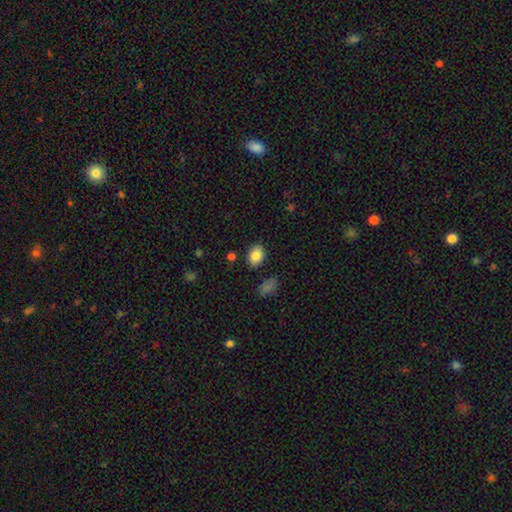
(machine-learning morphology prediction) Overall: smooth (85%). How rounded: in between (76%). Merging: none (84%).